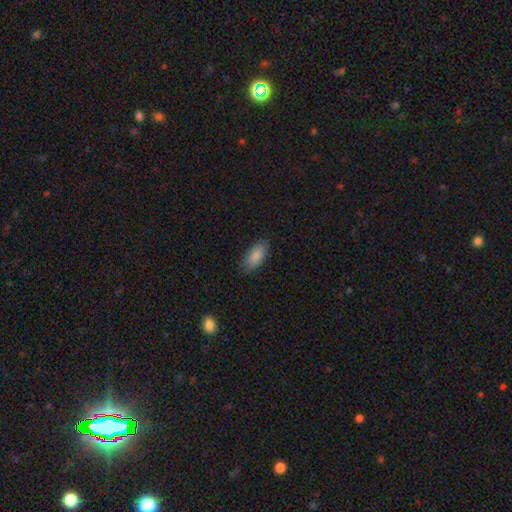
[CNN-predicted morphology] A smooth galaxy with no disk features (87%) that is in between round and cigar-shaped (90%). Merging: none (85%).